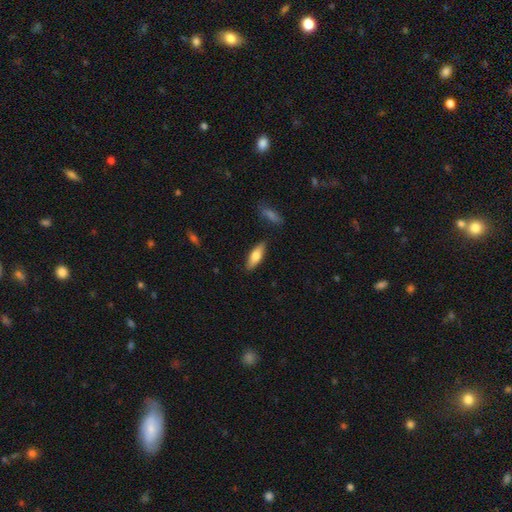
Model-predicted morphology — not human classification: Smooth or featured: smooth — 70% (featured or disk — 24%)
How rounded: in between — 59% (cigar-shaped — 39%)
Merging: none — 84% (minor disturbance — 11%)